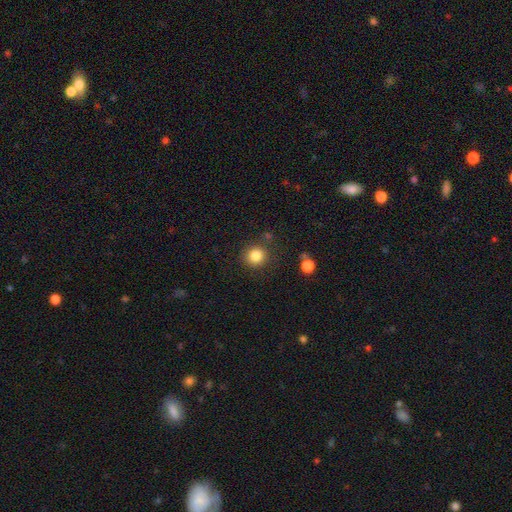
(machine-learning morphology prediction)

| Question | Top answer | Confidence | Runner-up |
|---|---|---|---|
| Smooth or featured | smooth | 84% | star or artifact (11%) |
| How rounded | round | 90% | in between (9%) |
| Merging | none | 85% | minor disturbance (9%) |